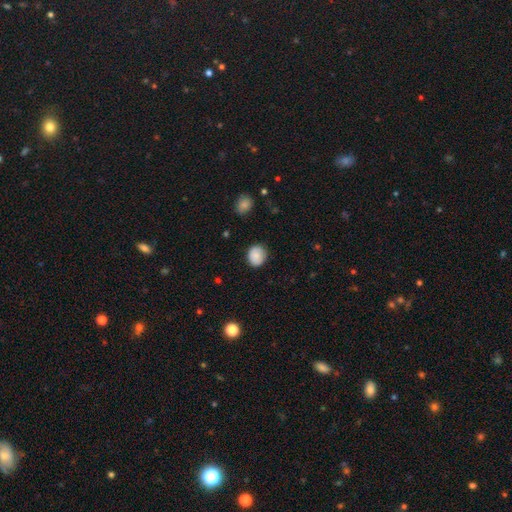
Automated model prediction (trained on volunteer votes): smooth 86%, star or artifact 8%, featured or disk 6%. Down the decision tree: how rounded — round (77%); merging — none (83%).